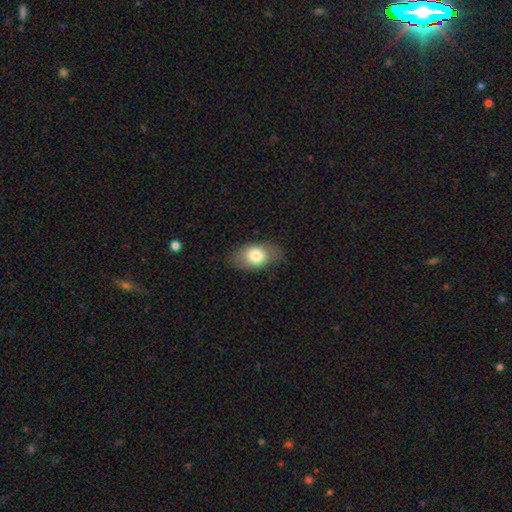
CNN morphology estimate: smooth-or-featured: smooth: 77% | featured or disk: 16% | star or artifact: 7%
  how-rounded: in between: 85% | round: 14% | cigar-shaped: 2%
  merging: none: 78% | minor disturbance: 16% | major disturbance: 5% | merger: 1%